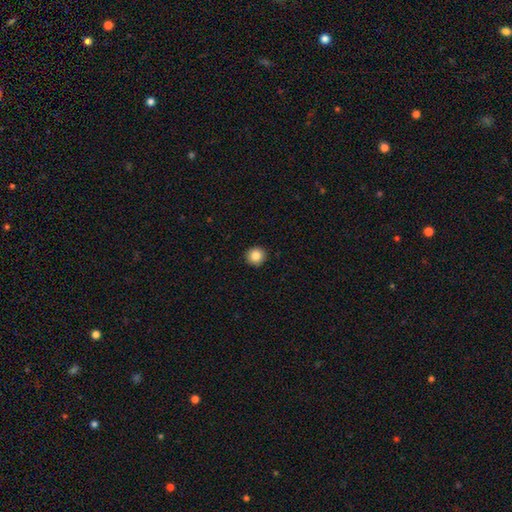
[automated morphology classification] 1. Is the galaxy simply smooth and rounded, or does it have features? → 86% smooth, 9% star or artifact, 5% featured or disk.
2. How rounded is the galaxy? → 94% round, 5% in between, 1% cigar-shaped.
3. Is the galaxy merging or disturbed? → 93% none, 5% minor disturbance, 1% major disturbance, 1% merger.